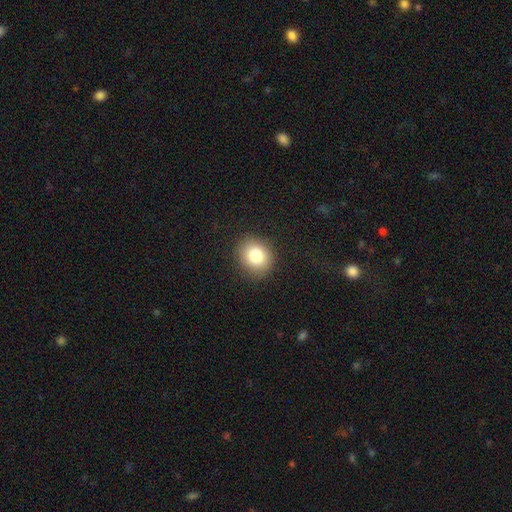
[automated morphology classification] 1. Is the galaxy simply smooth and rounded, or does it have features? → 83% smooth, 10% star or artifact, 7% featured or disk.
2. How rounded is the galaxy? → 73% round, 26% in between, 1% cigar-shaped.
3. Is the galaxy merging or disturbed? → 88% none, 8% minor disturbance, 3% major disturbance, 1% merger.